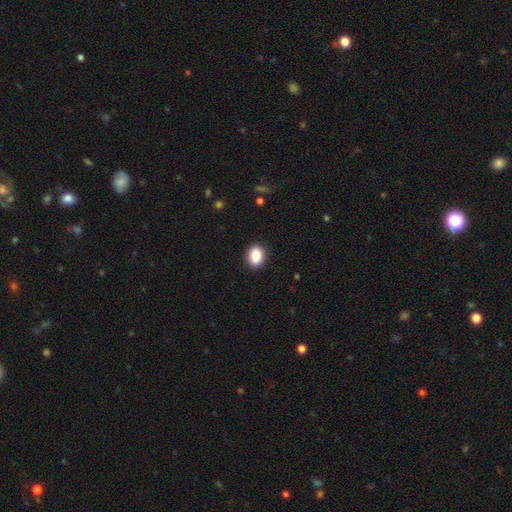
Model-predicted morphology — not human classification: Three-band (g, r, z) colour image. It shows a smooth galaxy with no disk features (88%) that is in between round and cigar-shaped (68%). Merging: none (90%).